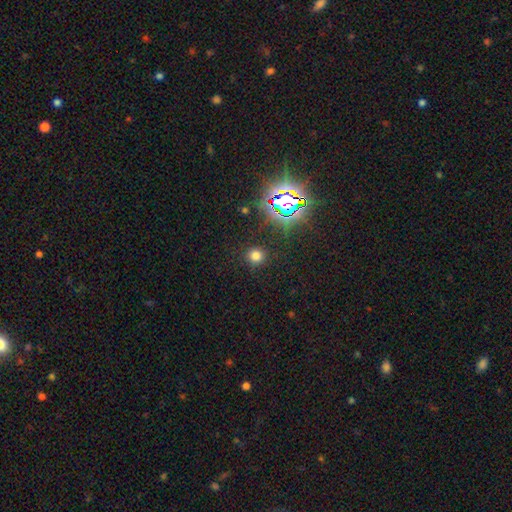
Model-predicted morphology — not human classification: smooth-or-featured: smooth: 70% | star or artifact: 24% | featured or disk: 6%
  how-rounded: round: 89% | in between: 10% | cigar-shaped: 1%
  merging: none: 88% | minor disturbance: 7% | major disturbance: 3% | merger: 2%